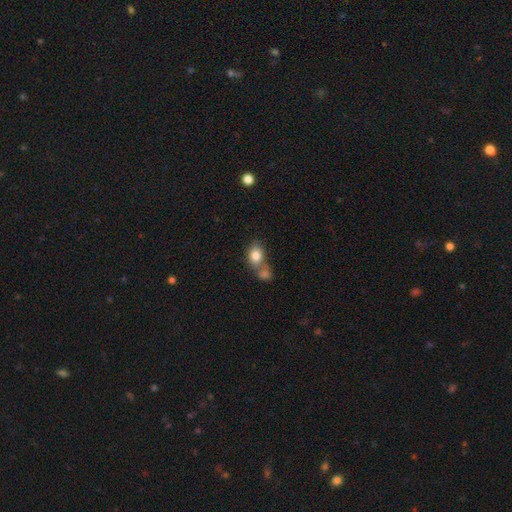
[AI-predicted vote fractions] Smooth or featured? smooth (81%)
How rounded? in between (62%)
Merging? merger (48%)